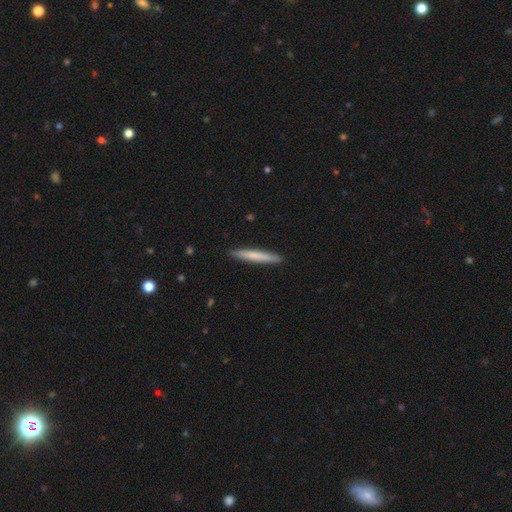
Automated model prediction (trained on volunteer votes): This appears to be a smooth galaxy with no disk features (68%) that is cigar-shaped (96%). Merging: none (91%).